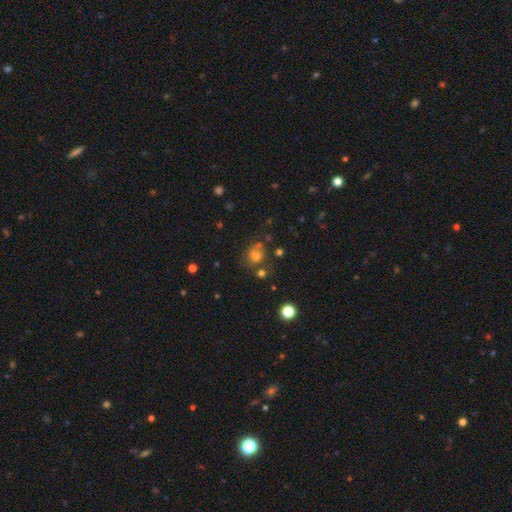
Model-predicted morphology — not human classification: This appears to be a smooth galaxy with no disk features (67%) that is round (75%). Merging: none (57%).